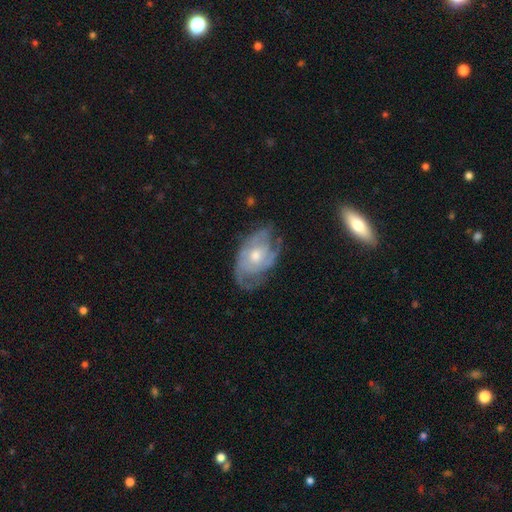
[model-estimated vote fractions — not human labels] smooth_or_featured: featured or disk (p=0.77) [alt: smooth p=0.17]
disk_edge_on: no (p=0.95) [alt: yes p=0.05]
bar: no (p=0.77) [alt: weak p=0.20]
has_spiral_arms: yes (p=0.84) [alt: no p=0.16]
spiral_winding: tight (p=0.50) [alt: medium p=0.36]
spiral_arm_count: can't tell (p=0.43) [alt: 2 p=0.22]
bulge_size: moderate (p=0.62) [alt: small p=0.32]
merging: none (p=0.57) [alt: minor disturbance p=0.27]